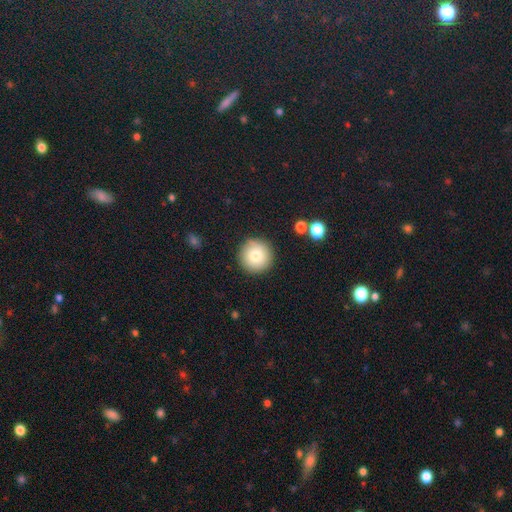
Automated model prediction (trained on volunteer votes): Morphology: type=smooth (79%); roundness=round (96%); merging=none (90%).